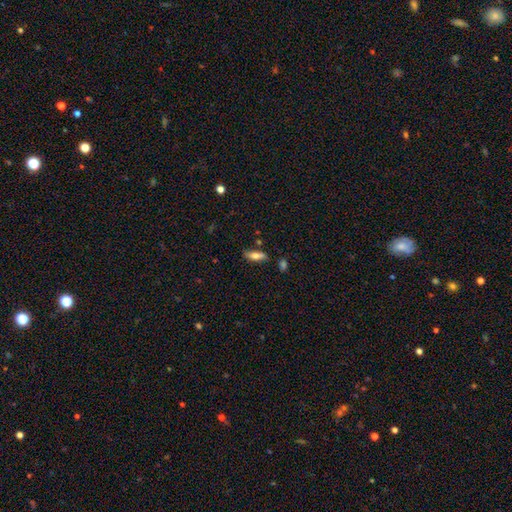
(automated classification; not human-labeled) Smooth or featured? smooth (68%)
How rounded? in between (58%)
Merging? none (74%)